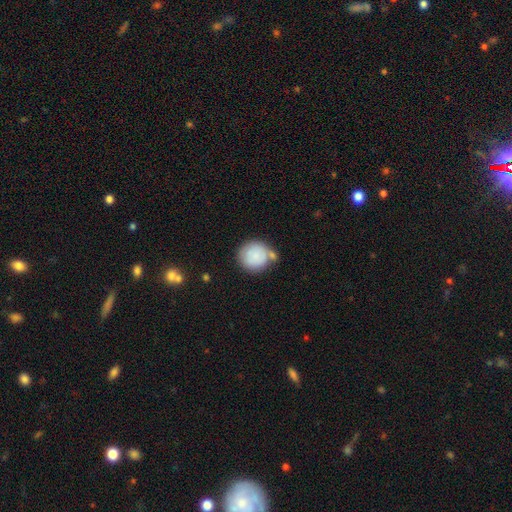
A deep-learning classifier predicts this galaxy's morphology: Smooth or featured?
  - smooth: 84% *
  - featured or disk: 9%
  - star or artifact: 7%
How rounded?
  - round: 90% *
  - in between: 9%
  - cigar-shaped: 1%
Merging?
  - none: 57% *
  - merger: 20%
  - minor disturbance: 18%
  - major disturbance: 6%